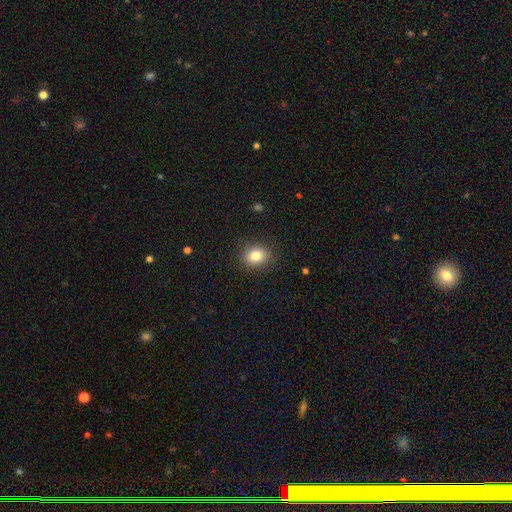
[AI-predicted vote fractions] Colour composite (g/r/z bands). It shows a smooth galaxy with no disk features (82%) that is round (61%). Merging: none (88%).